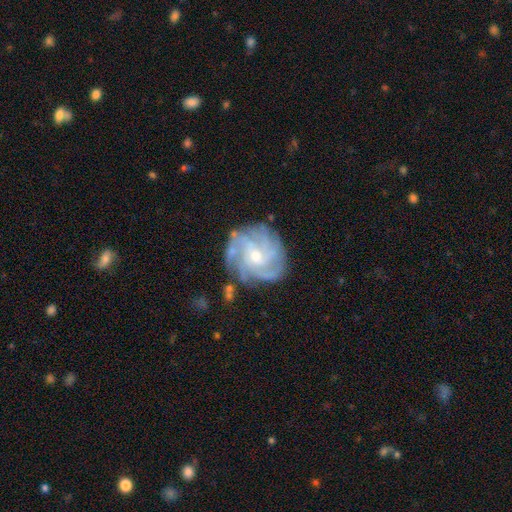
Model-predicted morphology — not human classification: Q: Smooth or featured?
A: featured or disk (83%); runner-up: smooth (10%)
Q: Edge-on disk?
A: no (98%); runner-up: yes (2%)
Q: Bar?
A: no (59%); runner-up: weak (35%)
Q: Spiral arms?
A: yes (96%); runner-up: no (4%)
Q: Spiral winding?
A: tight (58%); runner-up: medium (33%)
Q: Spiral arm count?
A: 4 (30%); runner-up: can't tell (25%)
Q: Bulge size?
A: small (50%); runner-up: moderate (45%)
Q: Merging?
A: none (78%); runner-up: minor disturbance (15%)